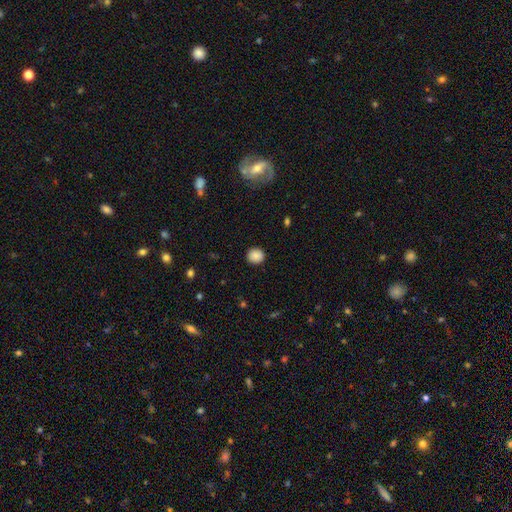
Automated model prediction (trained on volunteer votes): Smooth or featured? Predicted: smooth (p=0.87). How rounded? Predicted: round (p=0.88). Merging? Predicted: none (p=0.91).